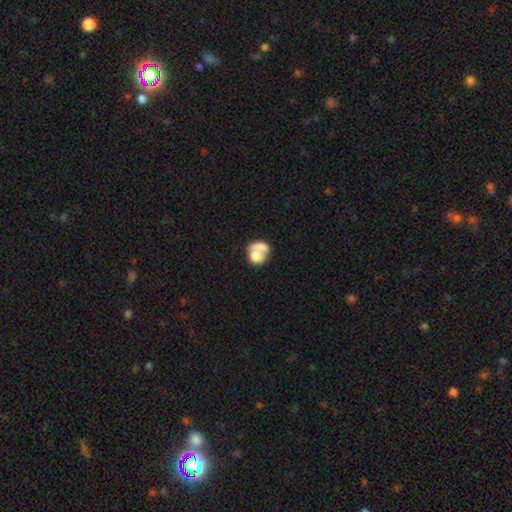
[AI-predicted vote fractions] Smooth or featured? smooth (67%)
How rounded? round (62%)
Merging? merger (55%)